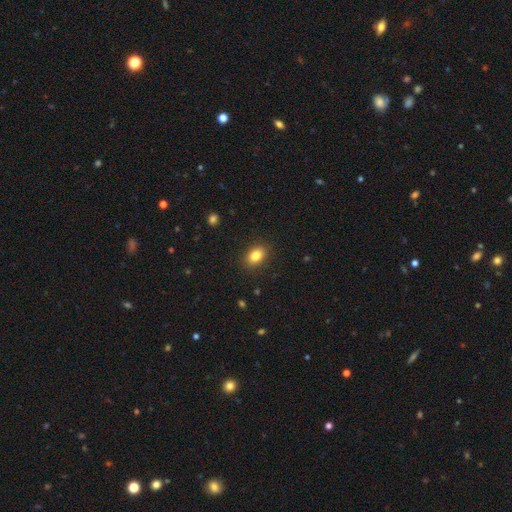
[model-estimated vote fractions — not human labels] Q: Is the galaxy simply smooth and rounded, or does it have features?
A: smooth — 84%.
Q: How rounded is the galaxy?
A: in between — 79%.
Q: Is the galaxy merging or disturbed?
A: none — 88%.